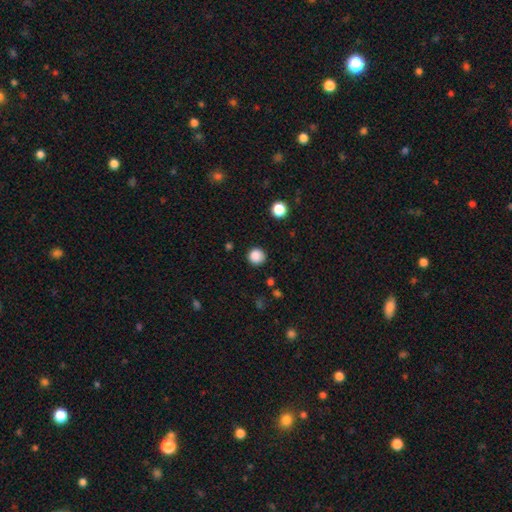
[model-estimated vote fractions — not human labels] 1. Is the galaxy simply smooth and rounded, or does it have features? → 86% smooth, 11% star or artifact, 3% featured or disk.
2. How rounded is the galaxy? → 93% round, 6% in between, 1% cigar-shaped.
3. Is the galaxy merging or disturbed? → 89% none, 7% minor disturbance, 3% major disturbance, 1% merger.